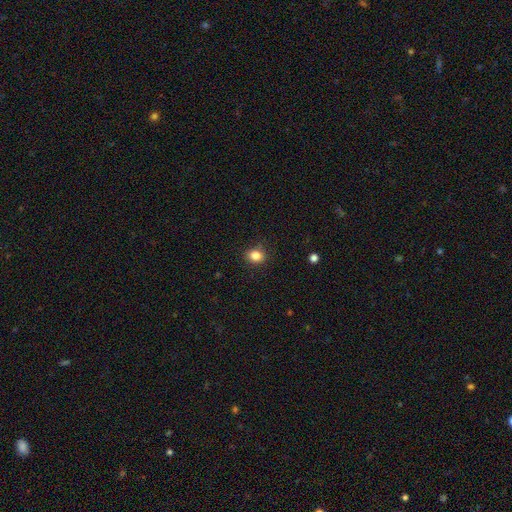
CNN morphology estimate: smooth-or-featured: smooth: 84% | star or artifact: 11% | featured or disk: 5%
  how-rounded: round: 55% | in between: 44% | cigar-shaped: 1%
  merging: none: 86% | minor disturbance: 10% | major disturbance: 3% | merger: 1%